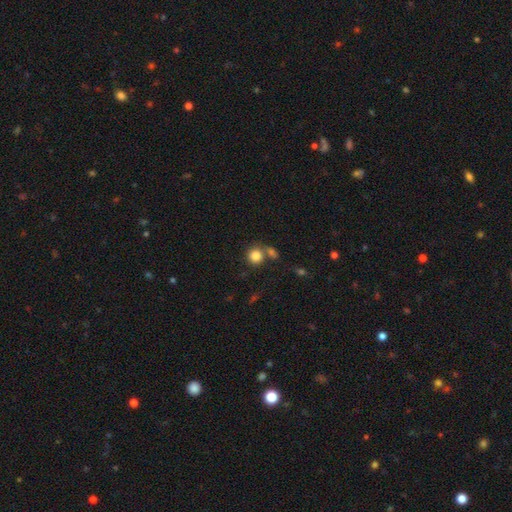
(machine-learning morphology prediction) Overall: smooth (83%). How rounded: round (88%). Merging: none (60%; merger 27%).